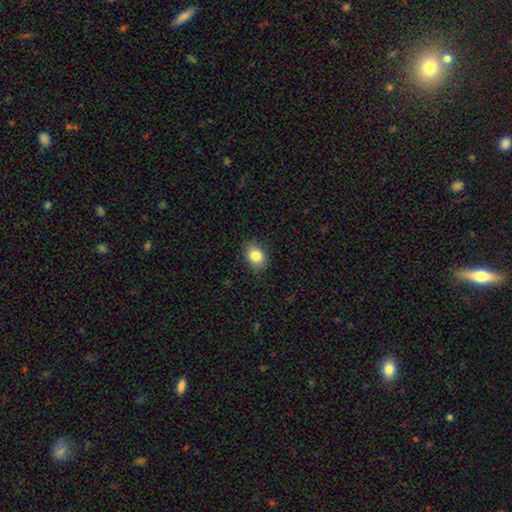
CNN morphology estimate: Smooth or featured?
  - smooth: 84% *
  - star or artifact: 9%
  - featured or disk: 7%
How rounded?
  - in between: 67% *
  - round: 32%
  - cigar-shaped: 1%
Merging?
  - none: 86% *
  - minor disturbance: 11%
  - major disturbance: 3%
  - merger: 1%